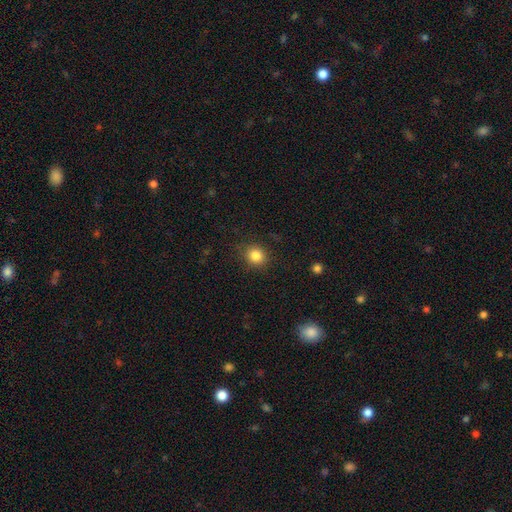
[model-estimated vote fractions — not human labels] A smooth galaxy with no disk features (85%) that is round (84%). Merging: none (88%).